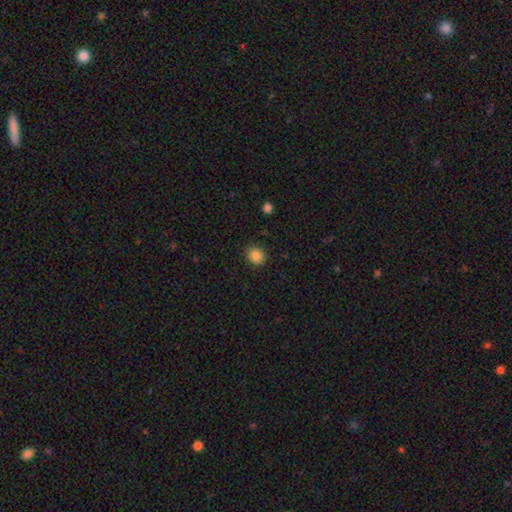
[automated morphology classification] type=smooth (87%); roundness=round (71%); merging=none (88%).